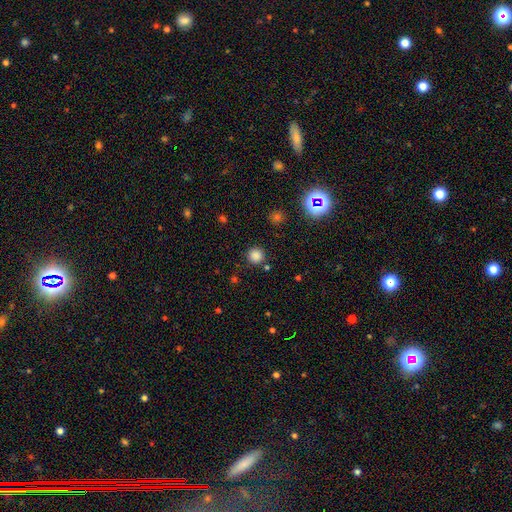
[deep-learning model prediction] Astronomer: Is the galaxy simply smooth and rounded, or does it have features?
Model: smooth — 82%.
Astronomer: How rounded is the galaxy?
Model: round — 95%.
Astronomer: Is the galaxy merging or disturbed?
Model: none — 87%.